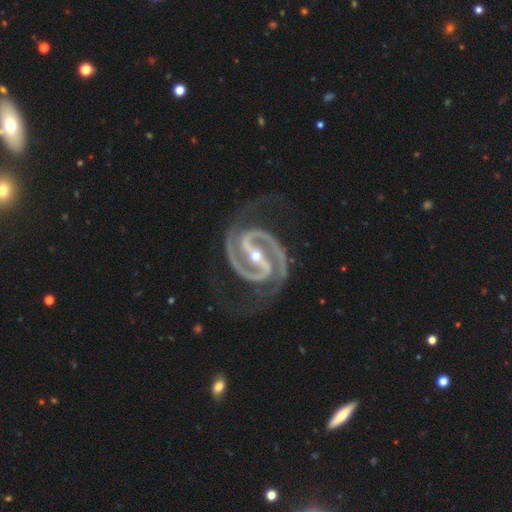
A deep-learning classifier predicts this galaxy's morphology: Overall: featured or disk (95%). Edge-on disk: no (98%). Bar: strong (80%). Spiral arms: yes (99%). Spiral arm count: 2 (95%). Spiral winding: medium (51%; tight 42%). Bulge size: small (63%; moderate 35%). Merging: none (76%).